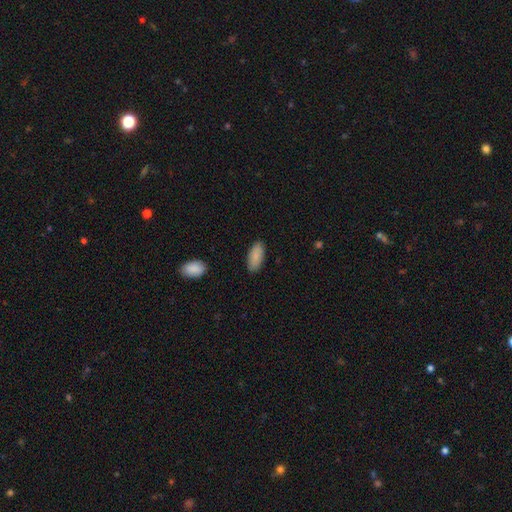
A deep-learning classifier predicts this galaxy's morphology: Smooth or featured? smooth (87%)
How rounded? in between (90%)
Merging? none (86%)